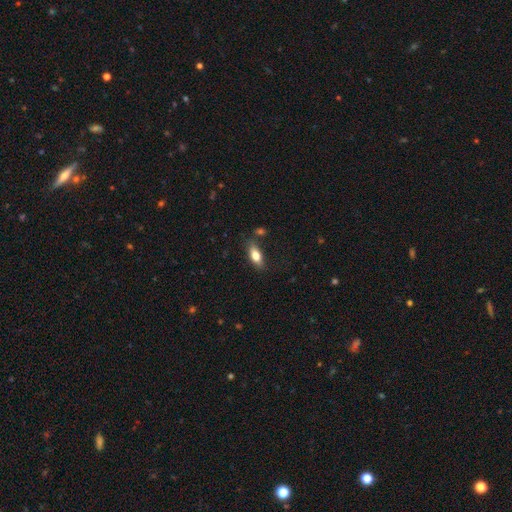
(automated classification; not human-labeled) smooth-or-featured: smooth: 73% | featured or disk: 20% | star or artifact: 7%
  how-rounded: in between: 77% | cigar-shaped: 19% | round: 3%
  merging: none: 76% | minor disturbance: 15% | merger: 5% | major disturbance: 4%